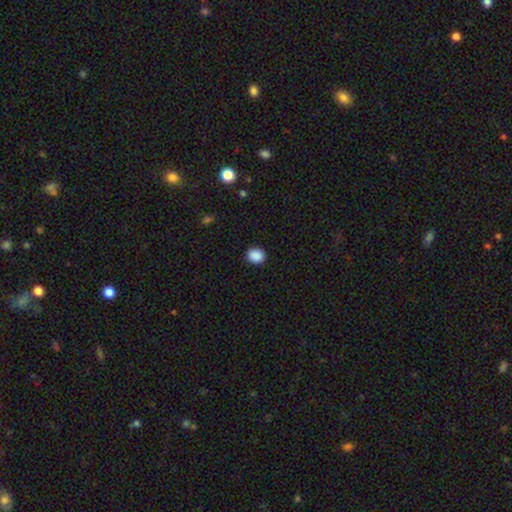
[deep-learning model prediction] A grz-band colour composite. It shows a smooth galaxy with no disk features (89%) that is round (60%). Merging: none (90%).